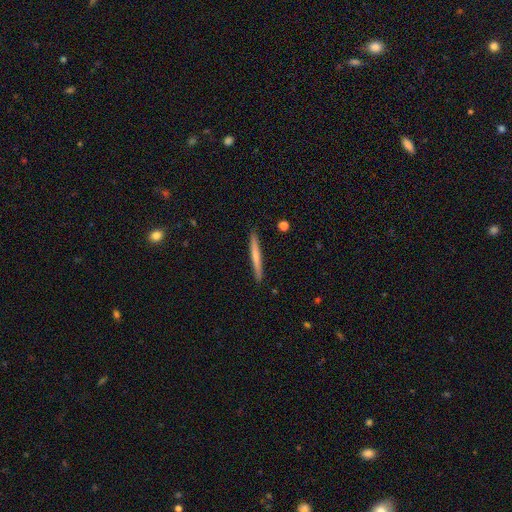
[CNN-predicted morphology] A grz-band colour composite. It shows a smooth galaxy with no disk features (57%) that is cigar-shaped (96%). Merging: none (90%).